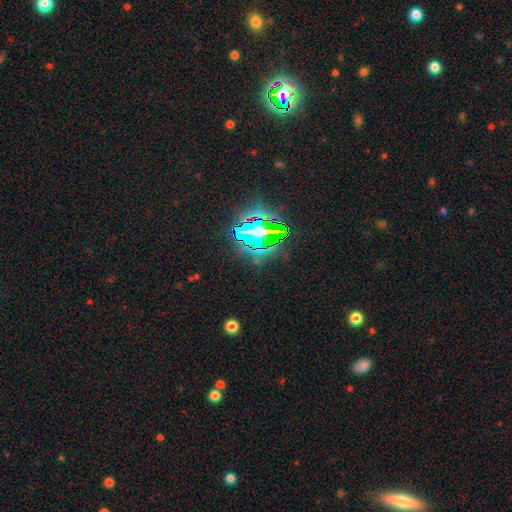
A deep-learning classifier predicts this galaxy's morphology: type=star or artifact (70%).